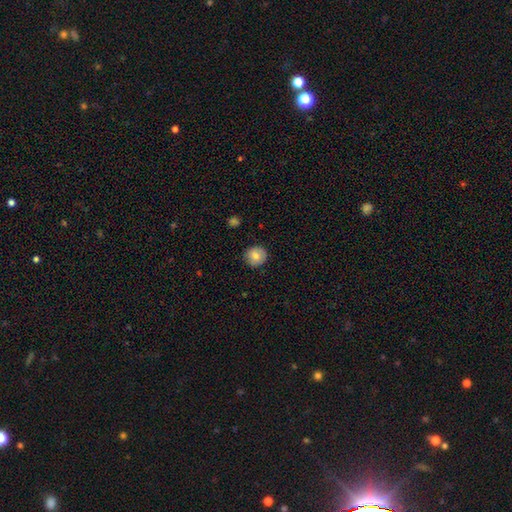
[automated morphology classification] type=smooth (80%); roundness=round (89%); merging=none (88%).